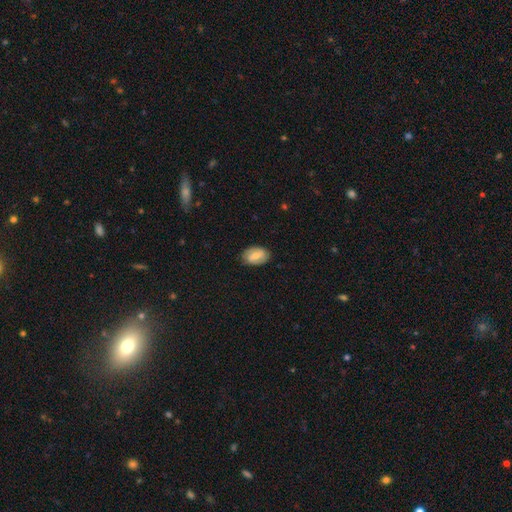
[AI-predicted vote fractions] Morphology: type=smooth (52%); roundness=in between (87%); merging=none (82%).